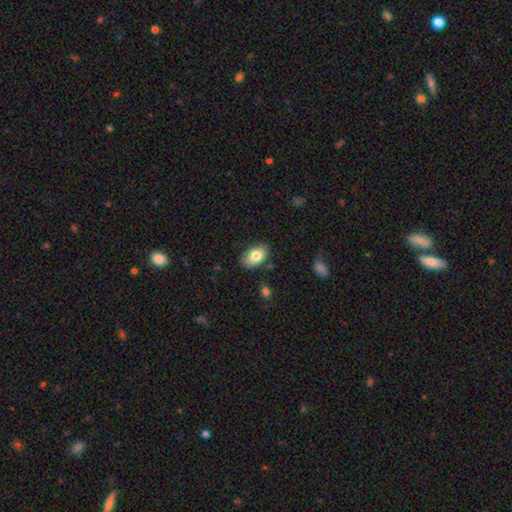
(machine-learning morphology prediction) Overall: smooth (81%). How rounded: in between (91%). Merging: none (82%).